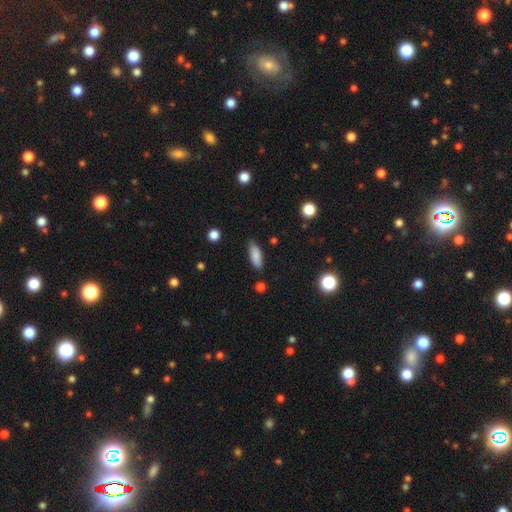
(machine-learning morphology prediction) A smooth galaxy with no disk features (85%) that is in between round and cigar-shaped (65%).

Vote fractions:
- Smooth or featured? smooth: 85% / featured or disk: 8% / star or artifact: 7%
- How rounded? in between: 65% / cigar-shaped: 33% / round: 2%
- Merging? none: 83% / minor disturbance: 13% / major disturbance: 2% / merger: 2%